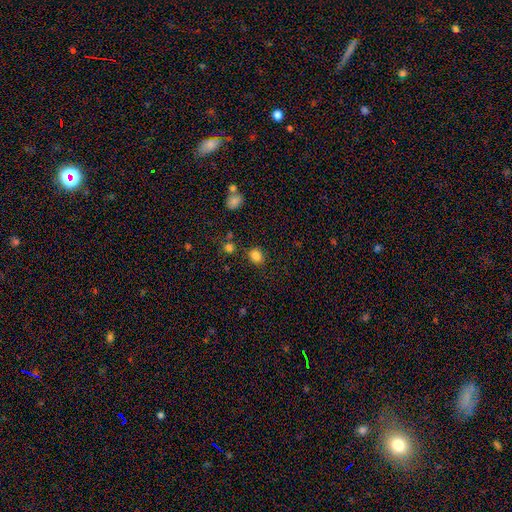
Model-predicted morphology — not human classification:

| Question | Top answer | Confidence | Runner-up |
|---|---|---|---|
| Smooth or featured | smooth | 83% | star or artifact (13%) |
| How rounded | round | 66% | in between (33%) |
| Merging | none | 81% | minor disturbance (11%) |